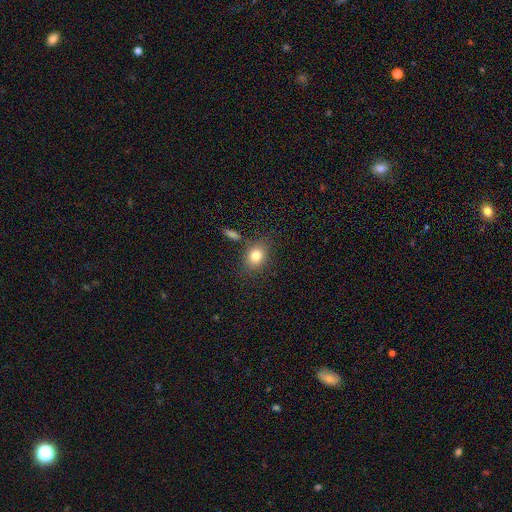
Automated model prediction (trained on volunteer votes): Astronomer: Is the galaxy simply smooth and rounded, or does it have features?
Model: smooth — 80%.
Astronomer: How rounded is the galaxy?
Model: round — 53% (runner-up: in between, 46%).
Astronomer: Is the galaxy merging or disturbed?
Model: none — 75%.